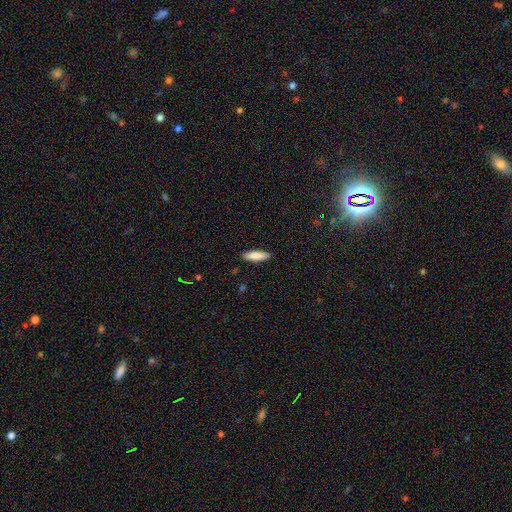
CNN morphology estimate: type=smooth (83%); roundness=cigar-shaped (63%); merging=none (89%).